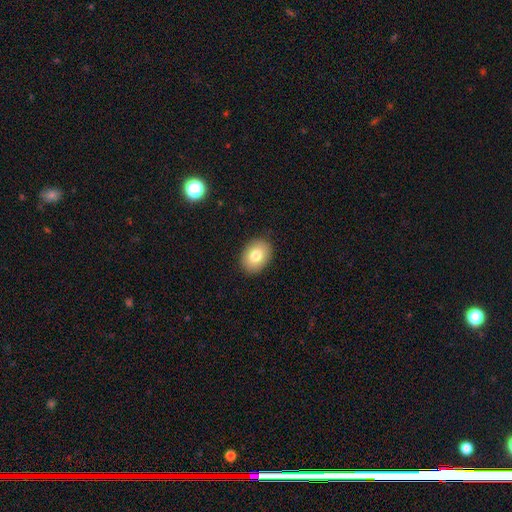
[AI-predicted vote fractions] Smooth or featured? smooth (80%)
How rounded? in between (72%)
Merging? none (89%)